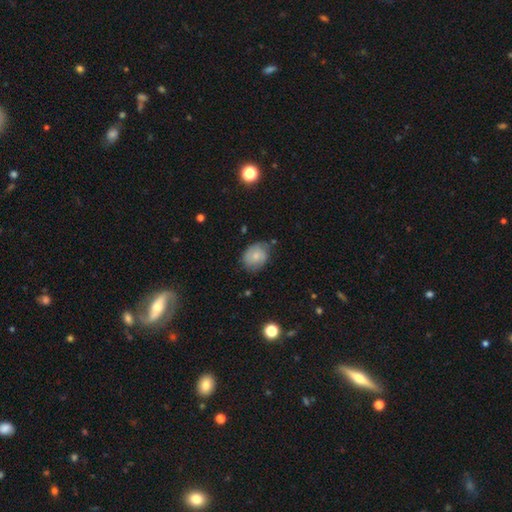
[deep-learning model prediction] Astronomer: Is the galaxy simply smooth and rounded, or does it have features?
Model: smooth — 63%.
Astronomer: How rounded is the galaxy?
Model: in between — 52% (runner-up: round, 47%).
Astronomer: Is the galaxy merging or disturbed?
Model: none — 66%.